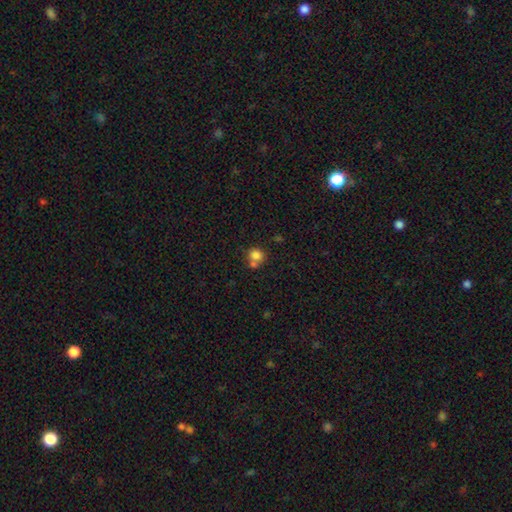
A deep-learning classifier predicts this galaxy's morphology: Q: Smooth or featured?
A: smooth (80%); runner-up: star or artifact (11%)
Q: How rounded?
A: round (79%); runner-up: in between (20%)
Q: Merging?
A: none (48%); runner-up: merger (37%)